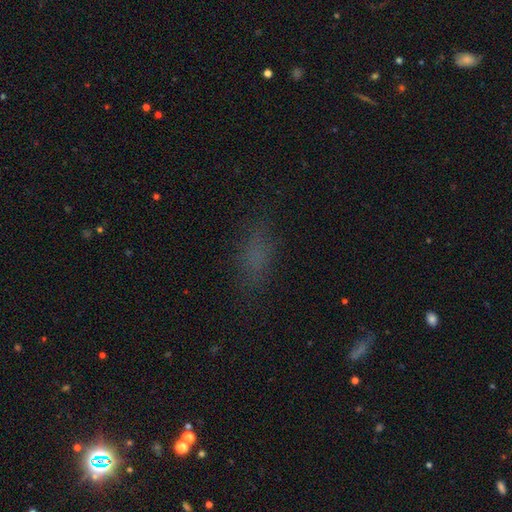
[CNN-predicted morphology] Smooth or featured: smooth — 65% (star or artifact — 23%)
How rounded: in between — 73% (cigar-shaped — 20%)
Merging: none — 74% (minor disturbance — 16%)